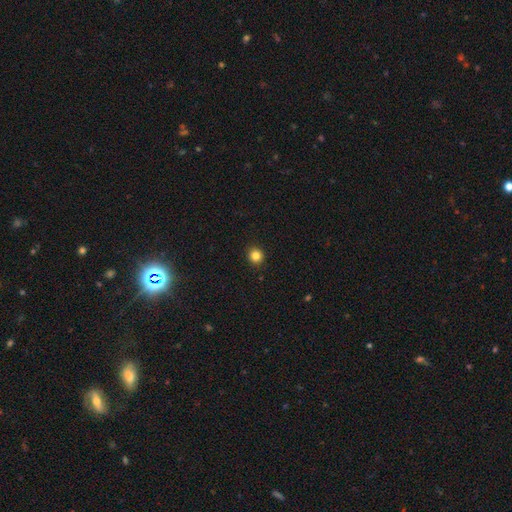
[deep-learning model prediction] Morphology: type=smooth (84%); roundness=round (89%); merging=none (92%).